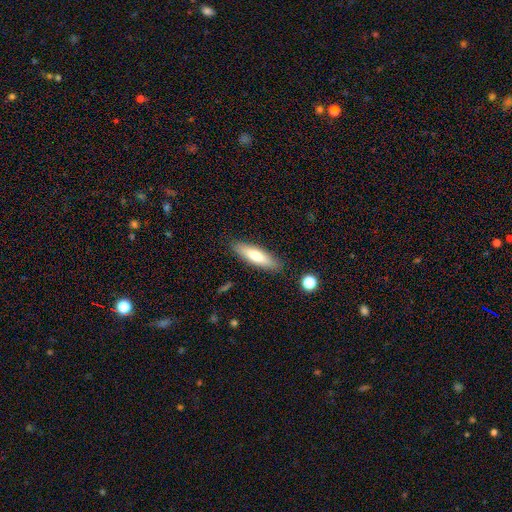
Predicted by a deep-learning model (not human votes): smooth 70%, featured or disk 24%, star or artifact 6%. Down the decision tree: how rounded — cigar-shaped (59%); merging — none (87%).